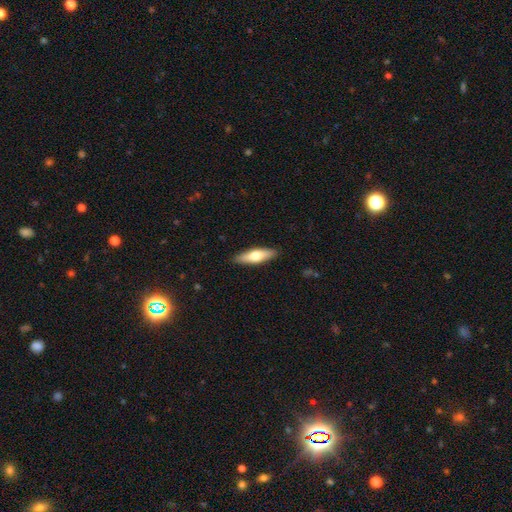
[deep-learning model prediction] Smooth or featured? Predicted: smooth (p=0.64). How rounded? Predicted: cigar-shaped (p=0.55). Merging? Predicted: none (p=0.89).